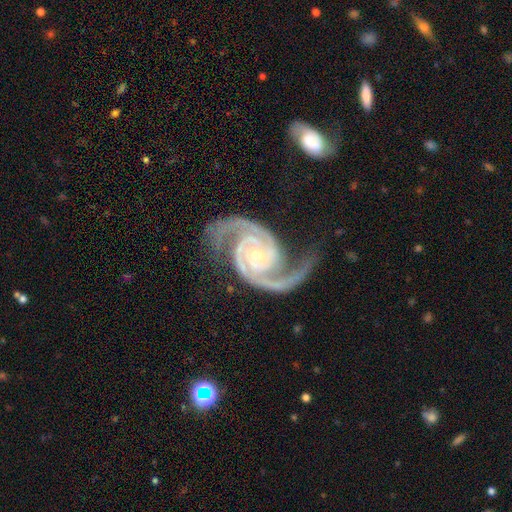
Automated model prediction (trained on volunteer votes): Smooth or featured? Predicted: featured or disk (p=0.94). Edge-on disk? Predicted: no (p=0.98). Bar? Predicted: no (p=0.66). Spiral arms? Predicted: yes (p=0.99). Spiral winding? Predicted: medium (p=0.50). Spiral arm count? Predicted: 2 (p=0.91). Bulge size? Predicted: small (p=0.74). Merging? Predicted: none (p=0.70).